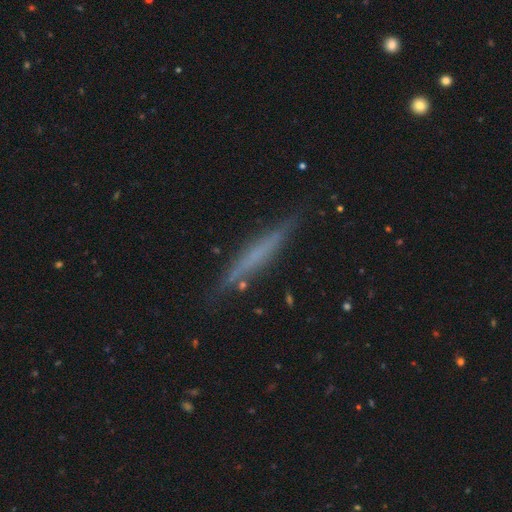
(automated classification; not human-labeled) Smooth or featured?
  - featured or disk: 51% *
  - smooth: 40%
  - star or artifact: 9%
Edge-on disk?
  - yes: 92% *
  - no: 8%
Merging?
  - none: 79% *
  - minor disturbance: 15%
  - major disturbance: 3%
  - merger: 2%